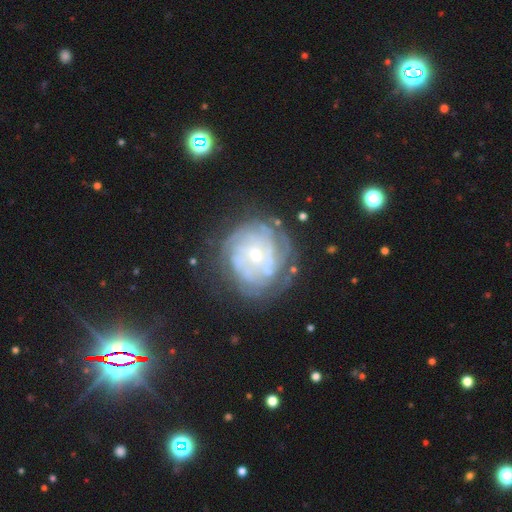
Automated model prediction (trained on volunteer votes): Q: Smooth or featured?
A: featured or disk (78%); runner-up: smooth (14%)
Q: Edge-on disk?
A: no (98%); runner-up: yes (2%)
Q: Bar?
A: no (66%); runner-up: weak (28%)
Q: Spiral arms?
A: yes (83%); runner-up: no (17%)
Q: Spiral winding?
A: tight (69%); runner-up: medium (23%)
Q: Spiral arm count?
A: can't tell (52%); runner-up: 3 (13%)
Q: Bulge size?
A: small (56%); runner-up: moderate (36%)
Q: Merging?
A: none (66%); runner-up: minor disturbance (19%)